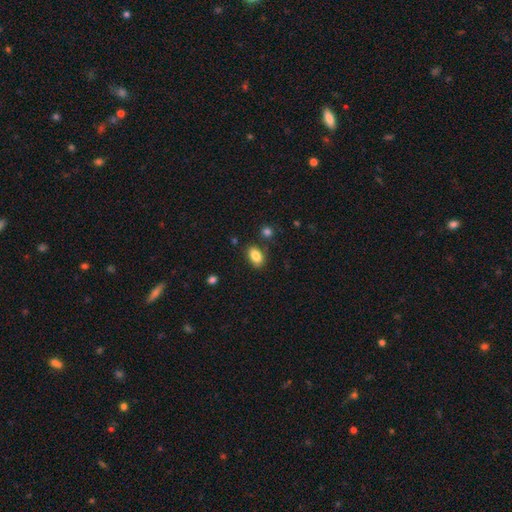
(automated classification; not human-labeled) smooth_or_featured: smooth (p=0.85) [alt: star or artifact p=0.08]
how_rounded: in between (p=0.89) [alt: round p=0.10]
merging: none (p=0.81) [alt: minor disturbance p=0.12]